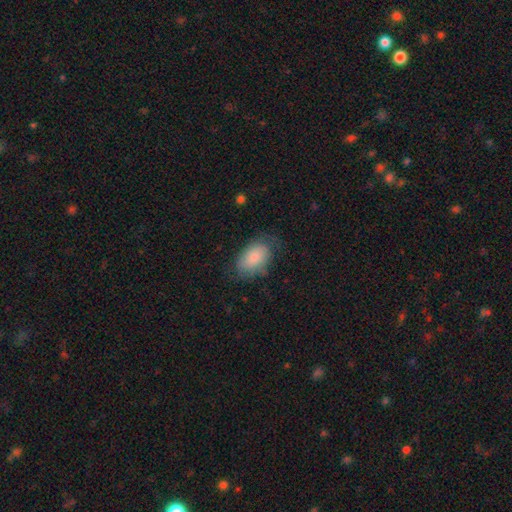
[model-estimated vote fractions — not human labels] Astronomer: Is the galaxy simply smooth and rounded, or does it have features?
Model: smooth — 77%.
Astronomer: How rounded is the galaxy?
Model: in between — 91%.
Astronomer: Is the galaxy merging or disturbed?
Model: none — 64%.